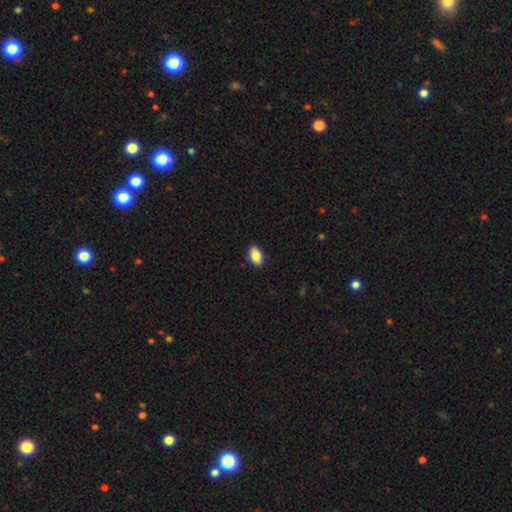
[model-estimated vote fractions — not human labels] smooth_or_featured: smooth (p=0.85) [alt: featured or disk p=0.07]
how_rounded: in between (p=0.91) [alt: round p=0.06]
merging: none (p=0.89) [alt: minor disturbance p=0.08]